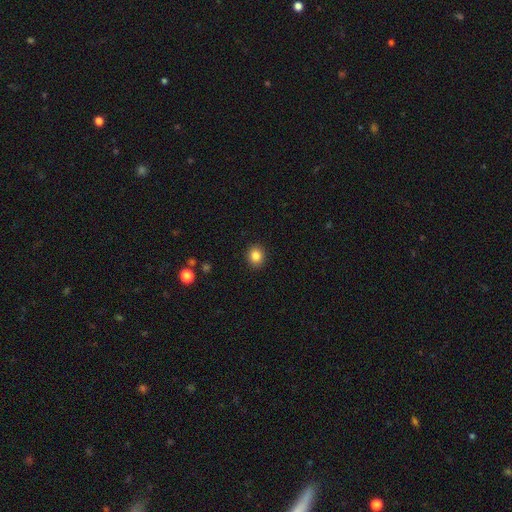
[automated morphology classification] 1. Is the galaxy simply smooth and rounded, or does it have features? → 85% smooth, 10% star or artifact, 5% featured or disk.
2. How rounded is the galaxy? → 79% round, 20% in between, 1% cigar-shaped.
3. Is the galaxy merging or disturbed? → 91% none, 6% minor disturbance, 2% major disturbance, 1% merger.